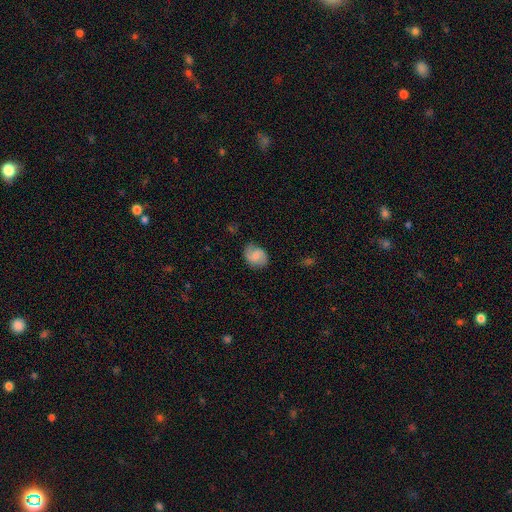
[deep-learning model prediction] smooth-or-featured: smooth: 51% | featured or disk: 41% | star or artifact: 8%
  how-rounded: in between: 54% | round: 44% | cigar-shaped: 1%
  merging: none: 75% | minor disturbance: 18% | major disturbance: 5% | merger: 1%